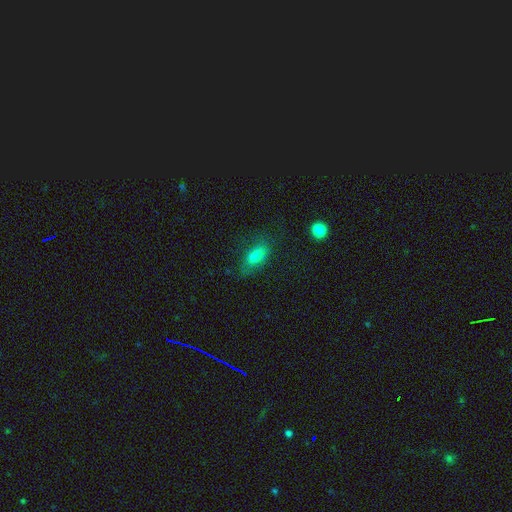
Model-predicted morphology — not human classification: smooth-or-featured: smooth: 78% | featured or disk: 12% | star or artifact: 10%
  how-rounded: in between: 80% | cigar-shaped: 15% | round: 4%
  merging: none: 64% | minor disturbance: 22% | major disturbance: 12% | merger: 2%